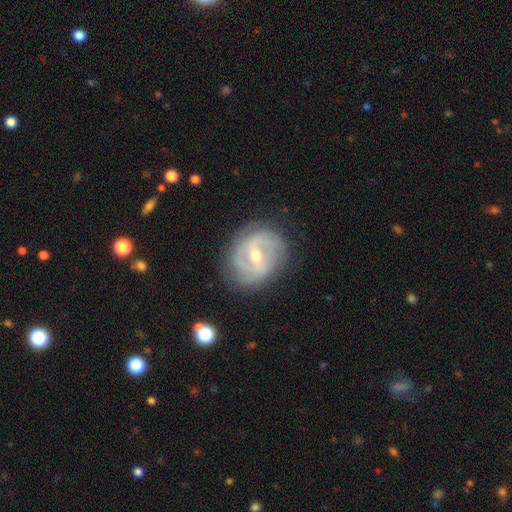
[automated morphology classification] Smooth or featured?
  - featured or disk: 83% *
  - smooth: 11%
  - star or artifact: 6%
Edge-on disk?
  - no: 97% *
  - yes: 3%
Bar?
  - weak: 52% *
  - strong: 29%
  - no: 19%
Spiral arms?
  - yes: 90% *
  - no: 10%
Spiral winding?
  - tight: 44% *
  - medium: 41%
  - loose: 15%
Spiral arm count?
  - 2: 59% *
  - can't tell: 19%
  - 3: 13%
  - 4: 3%
  - 1: 3%
  - more than 4: 3%
Bulge size?
  - moderate: 57% *
  - small: 40%
  - large: 2%
  - none: 1%
  - dominant: 1%
Merging?
  - none: 79% *
  - minor disturbance: 14%
  - major disturbance: 5%
  - merger: 1%